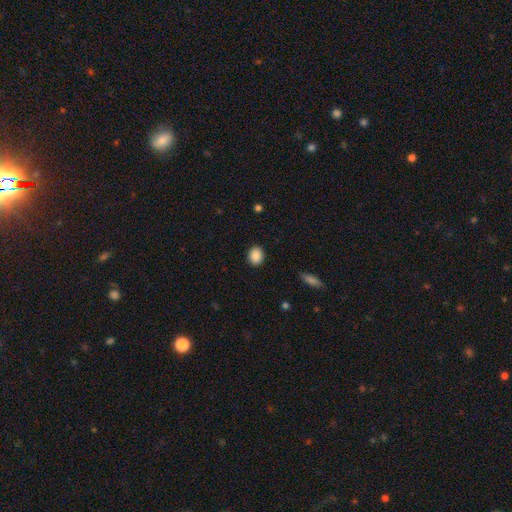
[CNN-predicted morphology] This appears to be a smooth galaxy with no disk features (89%) that is round (55%). Merging: none (90%).